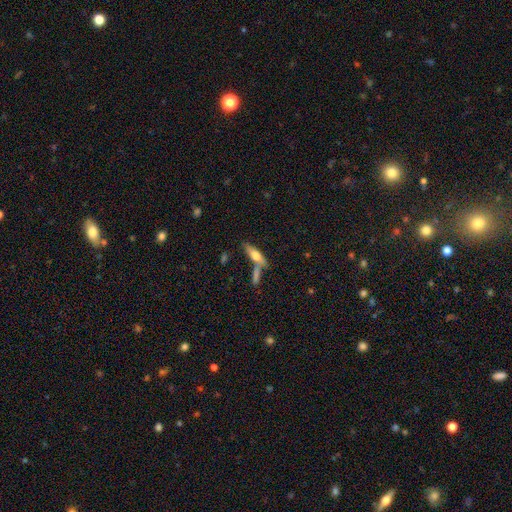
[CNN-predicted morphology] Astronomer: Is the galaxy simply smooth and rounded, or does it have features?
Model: smooth — 57% (runner-up: featured or disk, 36%).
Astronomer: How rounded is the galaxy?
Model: cigar-shaped — 59% (runner-up: in between, 39%).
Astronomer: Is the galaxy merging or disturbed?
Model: none — 59%.